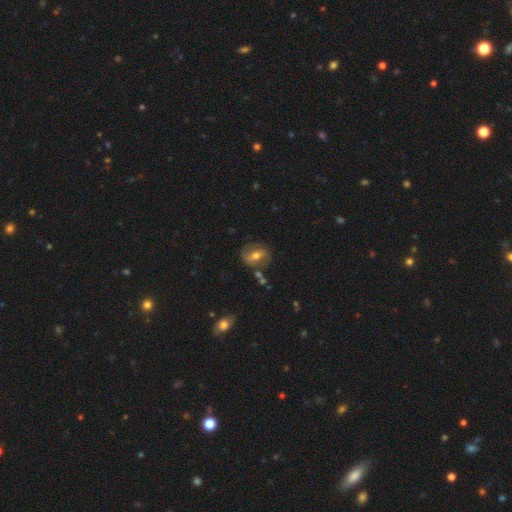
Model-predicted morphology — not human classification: Smooth or featured? Predicted: featured or disk (p=0.57). Edge-on disk? Predicted: no (p=0.93). Bar? Predicted: weak (p=0.38). Spiral arms? Predicted: yes (p=0.69). Bulge size? Predicted: moderate (p=0.72). Merging? Predicted: none (p=0.70).